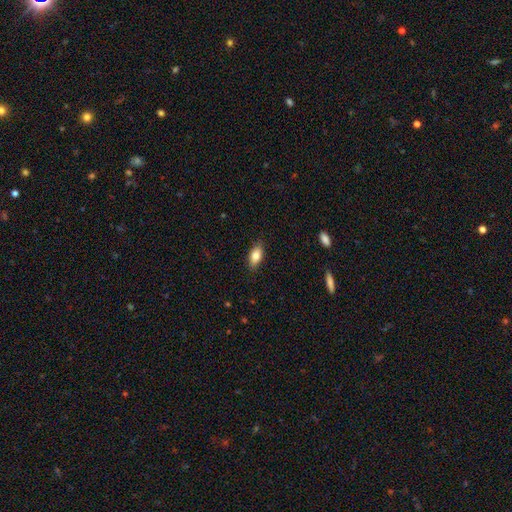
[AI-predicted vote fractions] smooth 82%, featured or disk 11%, star or artifact 7%. Down the decision tree: how rounded — in between (87%); merging — none (86%).